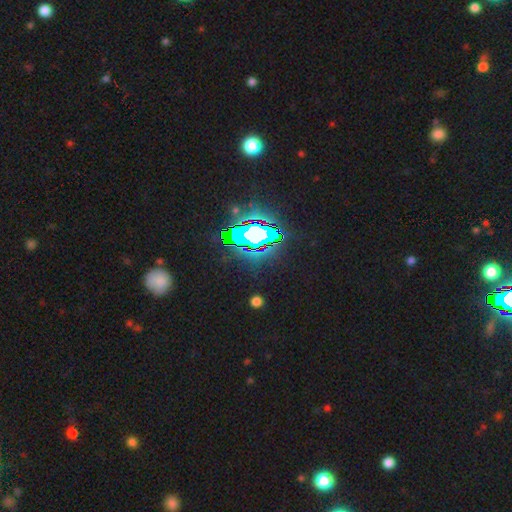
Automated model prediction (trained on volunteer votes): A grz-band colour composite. It shows a star or artifact, not a galaxy (84%).